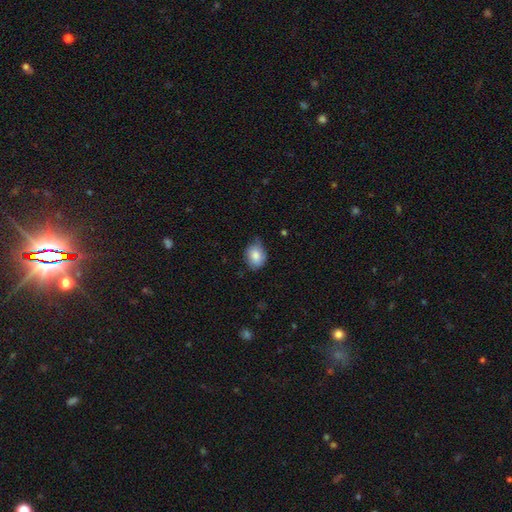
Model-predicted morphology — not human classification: A smooth galaxy with no disk features (84%) that is in between round and cigar-shaped (60%). Merging: none (61%).